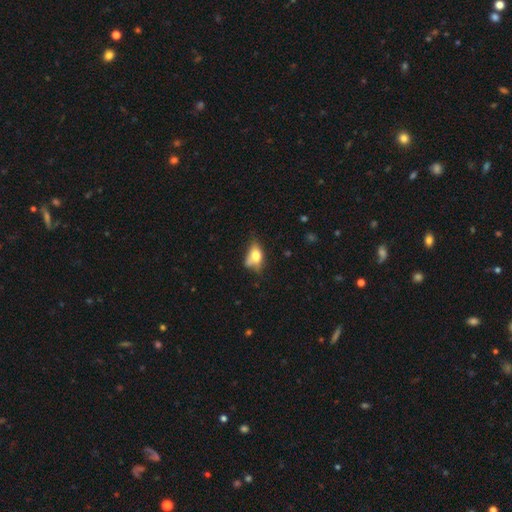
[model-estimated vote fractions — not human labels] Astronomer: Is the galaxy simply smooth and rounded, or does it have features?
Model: smooth — 68%.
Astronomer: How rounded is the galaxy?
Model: in between — 81%.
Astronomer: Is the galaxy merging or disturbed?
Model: minor disturbance — 36% (runner-up: none, 34%).